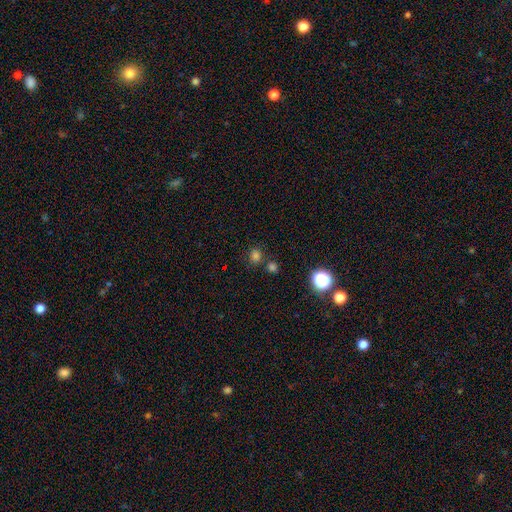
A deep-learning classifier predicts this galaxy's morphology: Q: Smooth or featured?
A: smooth (73%); runner-up: star or artifact (22%)
Q: How rounded?
A: round (78%); runner-up: in between (21%)
Q: Merging?
A: none (71%); runner-up: merger (17%)